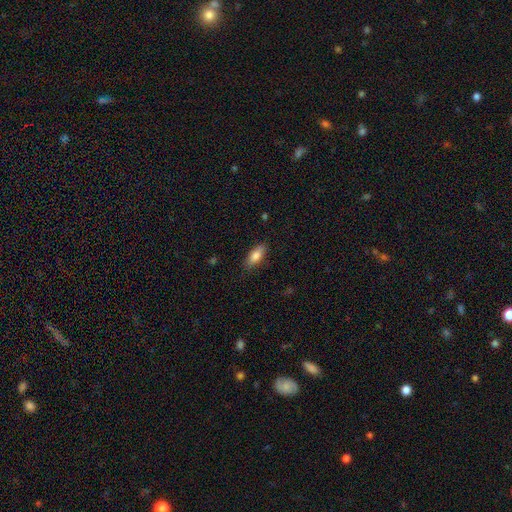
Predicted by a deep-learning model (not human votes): Smooth or featured?
  - smooth: 82% *
  - featured or disk: 11%
  - star or artifact: 7%
How rounded?
  - in between: 81% *
  - cigar-shaped: 17%
  - round: 2%
Merging?
  - none: 84% *
  - minor disturbance: 12%
  - major disturbance: 3%
  - merger: 1%